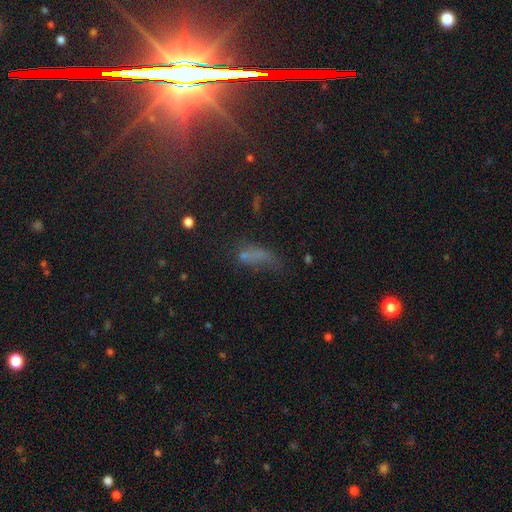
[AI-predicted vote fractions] Smooth or featured?
  - smooth: 40% *
  - star or artifact: 39%
  - featured or disk: 21%
Merging?
  - none: 43% *
  - major disturbance: 26%
  - minor disturbance: 21%
  - merger: 10%